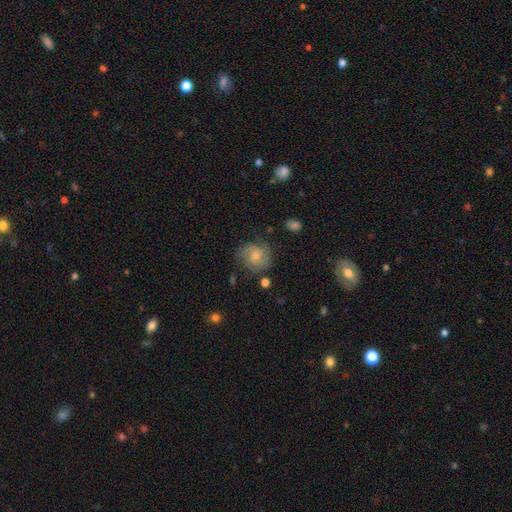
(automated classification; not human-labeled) A featured or disk galaxy (49%). Merging: none (66%).